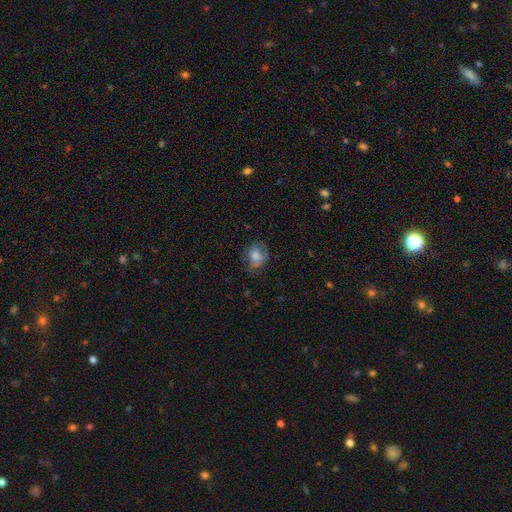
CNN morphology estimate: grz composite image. It shows a smooth galaxy with no disk features (68%) that is round (57%). Merging: none (64%).